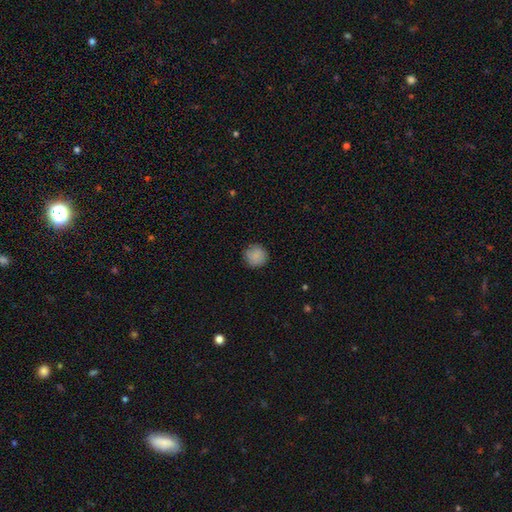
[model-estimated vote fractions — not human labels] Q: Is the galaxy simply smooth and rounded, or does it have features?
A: smooth — 87%.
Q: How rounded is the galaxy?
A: round — 94%.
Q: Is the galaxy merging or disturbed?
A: none — 87%.